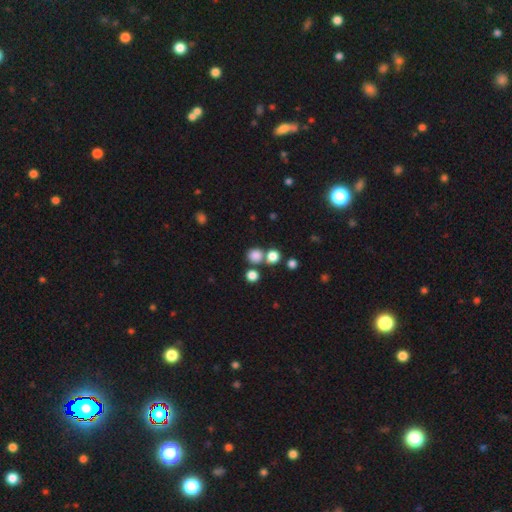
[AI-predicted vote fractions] The model was most divided on "merging": none: 66%, merger: 23%, minor disturbance: 8%, major disturbance: 3%. More confident: how rounded — round (87%); smooth or featured — smooth (80%).